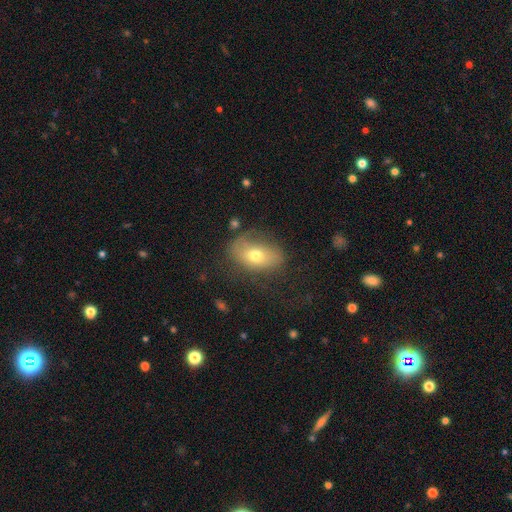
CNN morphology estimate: A smooth galaxy with no disk features (62%) that is in between round and cigar-shaped (84%). Merging: none (58%).